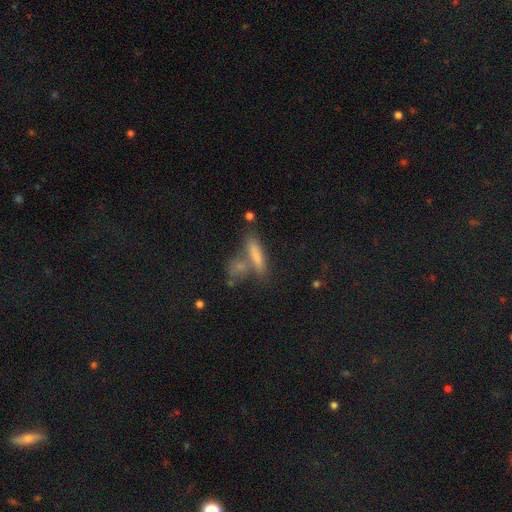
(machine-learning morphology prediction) smooth 75%, featured or disk 16%, star or artifact 9%. Down the decision tree: how rounded — cigar-shaped (70%); merging — none (55%).